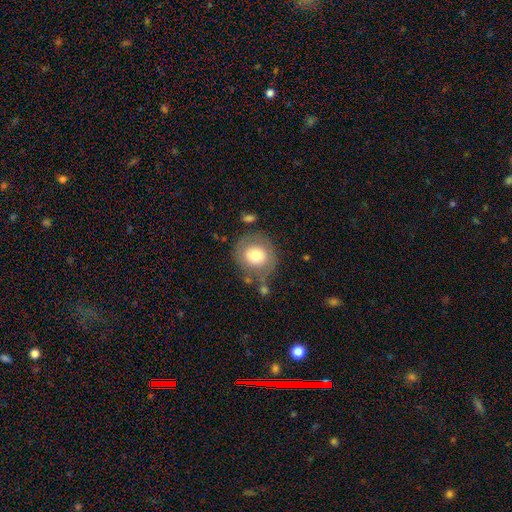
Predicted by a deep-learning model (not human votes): The model was most divided on "smooth or featured": smooth: 71%, featured or disk: 21%, star or artifact: 8%. More confident: how rounded — round (85%); merging — none (69%).